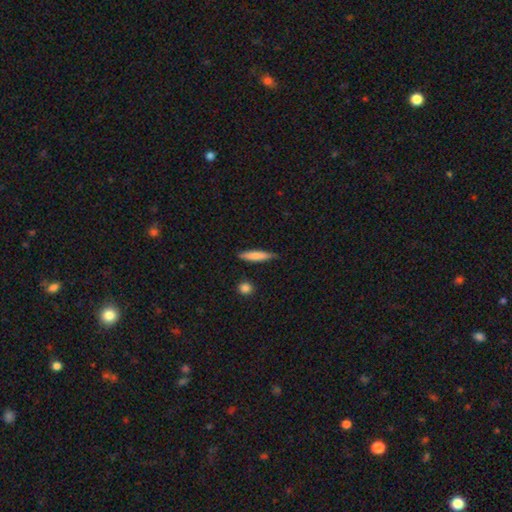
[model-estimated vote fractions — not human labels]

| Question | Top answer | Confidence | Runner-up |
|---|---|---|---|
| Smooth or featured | smooth | 78% | featured or disk (16%) |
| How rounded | cigar-shaped | 85% | in between (13%) |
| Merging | none | 82% | minor disturbance (14%) |